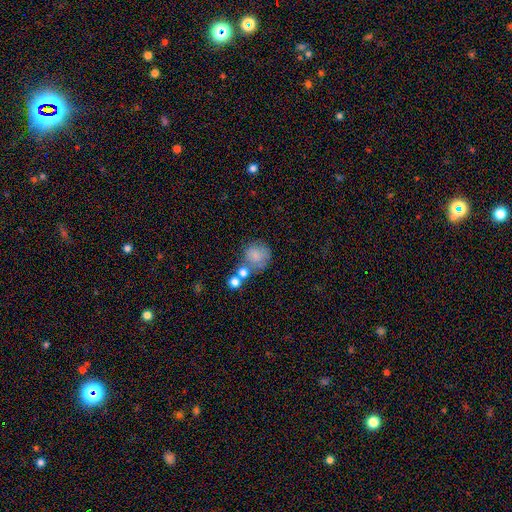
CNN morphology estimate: smooth 74%, featured or disk 15%, star or artifact 11%. Down the decision tree: how rounded — round (86%); merging — none (50%).